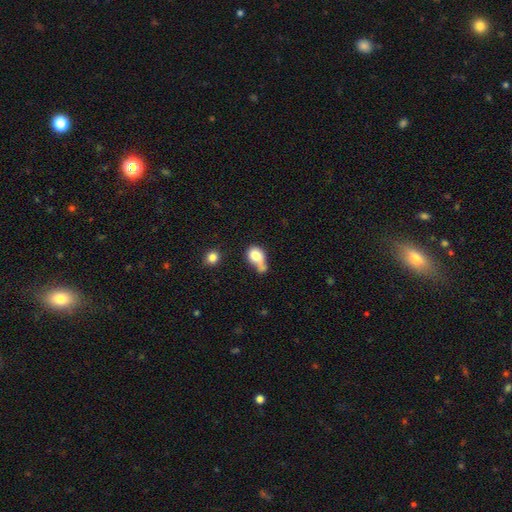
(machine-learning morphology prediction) A smooth galaxy with no disk features (77%) that is in between round and cigar-shaped (57%). Merging: merger (38%).